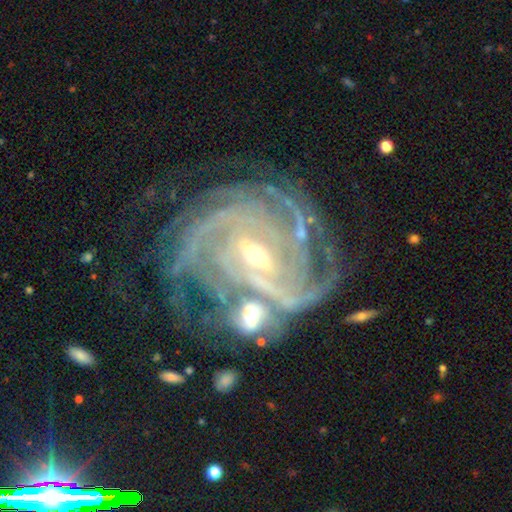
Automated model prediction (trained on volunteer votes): smooth-or-featured: featured or disk: 91% | star or artifact: 6% | smooth: 3%
  disk-edge-on: no: 97% | yes: 3%
    bar: strong: 45% | weak: 40% | no: 15%
    has-spiral-arms: yes: 98% | no: 2%
      spiral-winding: tight: 73% | medium: 23% | loose: 3%
      spiral-arm-count: 4: 32% | more than 4: 19% | 3: 18% | can't tell: 15% | 2: 10% | 1: 7%
    bulge-size: small: 57% | moderate: 40% | large: 2% | none: 1% | dominant: 1%
  merging: none: 64% | minor disturbance: 17% | major disturbance: 10% | merger: 8%